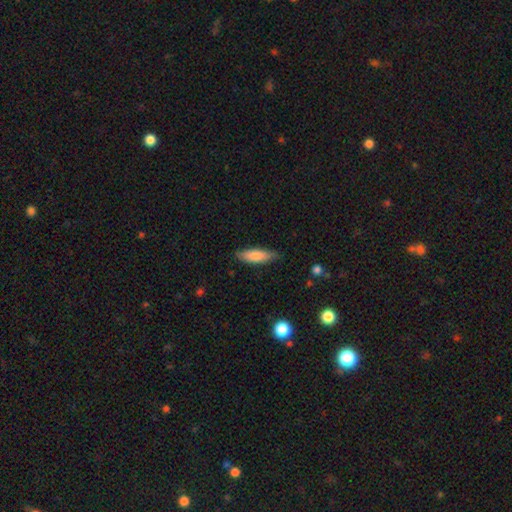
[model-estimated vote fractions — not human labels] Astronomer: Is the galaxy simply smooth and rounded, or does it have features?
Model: smooth — 81%.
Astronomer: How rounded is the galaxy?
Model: cigar-shaped — 52% (runner-up: in between, 46%).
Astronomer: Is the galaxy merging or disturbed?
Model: none — 80%.